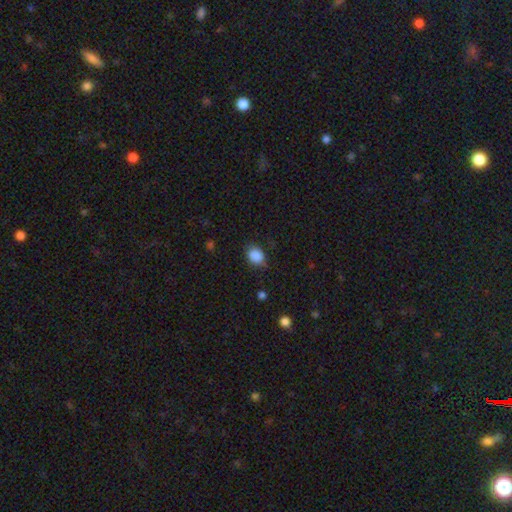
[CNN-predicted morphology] Smooth or featured? Predicted: smooth (p=0.88). How rounded? Predicted: in between (p=0.54). Merging? Predicted: none (p=0.78).